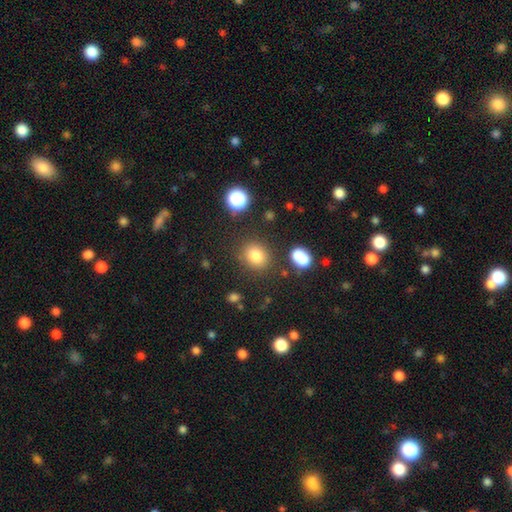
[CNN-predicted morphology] Smooth or featured?
  - smooth: 80% *
  - star or artifact: 13%
  - featured or disk: 7%
How rounded?
  - round: 67% *
  - in between: 32%
  - cigar-shaped: 1%
Merging?
  - none: 82% *
  - minor disturbance: 10%
  - merger: 5%
  - major disturbance: 4%